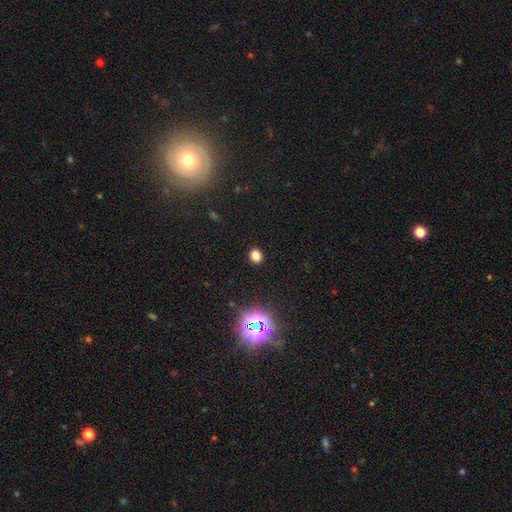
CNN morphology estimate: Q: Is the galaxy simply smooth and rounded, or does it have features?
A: smooth — 78%.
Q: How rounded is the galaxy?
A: round — 61%.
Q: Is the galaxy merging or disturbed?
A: none — 91%.